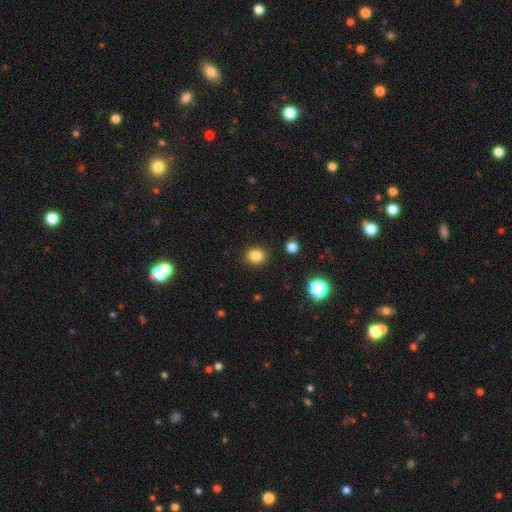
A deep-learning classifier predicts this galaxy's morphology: Smooth or featured?
  - smooth: 84% *
  - star or artifact: 11%
  - featured or disk: 4%
How rounded?
  - round: 64% *
  - in between: 35%
  - cigar-shaped: 1%
Merging?
  - none: 88% *
  - minor disturbance: 8%
  - major disturbance: 2%
  - merger: 2%